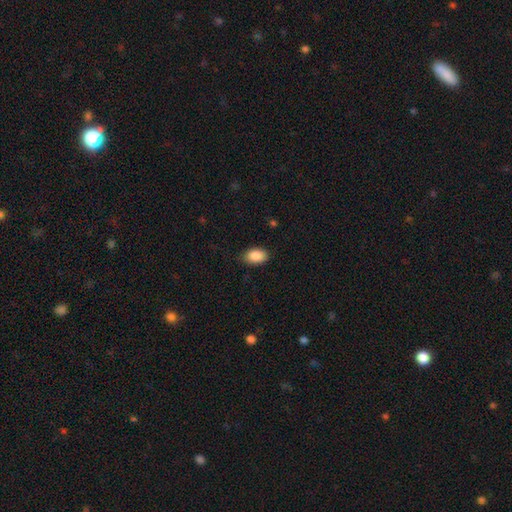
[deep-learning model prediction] Smooth or featured? Predicted: smooth (p=0.88). How rounded? Predicted: in between (p=0.91). Merging? Predicted: none (p=0.83).